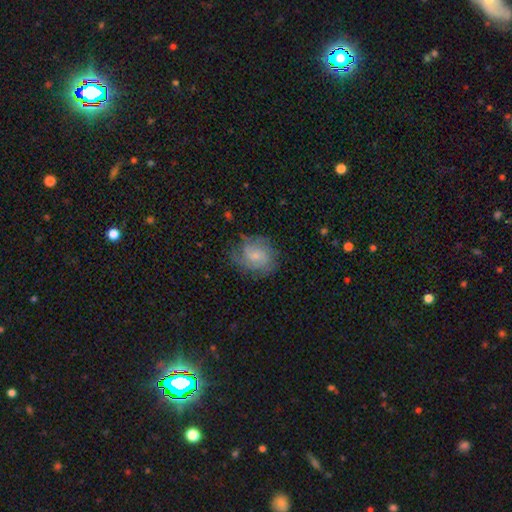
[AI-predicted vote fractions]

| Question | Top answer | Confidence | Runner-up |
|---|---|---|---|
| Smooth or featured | featured or disk | 59% | smooth (32%) |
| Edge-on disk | no | 97% | yes (3%) |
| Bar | no | 68% | weak (28%) |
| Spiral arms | yes | 88% | no (12%) |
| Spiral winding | tight | 43% | medium (42%) |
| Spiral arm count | can't tell | 35% | 2 (28%) |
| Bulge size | small | 65% | moderate (24%) |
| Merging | none | 67% | minor disturbance (21%) |